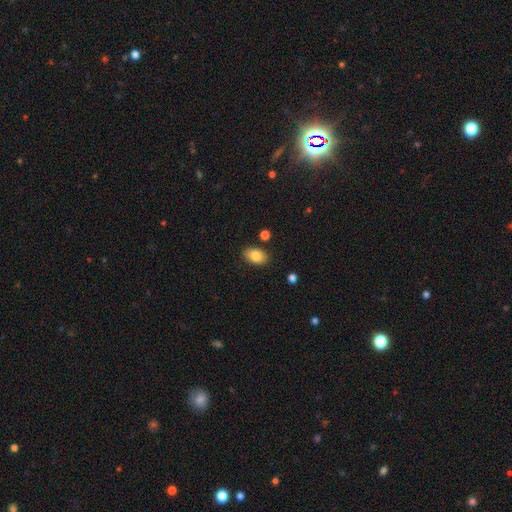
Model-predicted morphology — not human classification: A smooth galaxy with no disk features (84%) that is in between round and cigar-shaped (88%).

Vote fractions:
- Smooth or featured? smooth: 84% / star or artifact: 8% / featured or disk: 7%
- How rounded? in between: 88% / round: 11% / cigar-shaped: 1%
- Merging? none: 84% / minor disturbance: 10% / merger: 3% / major disturbance: 3%